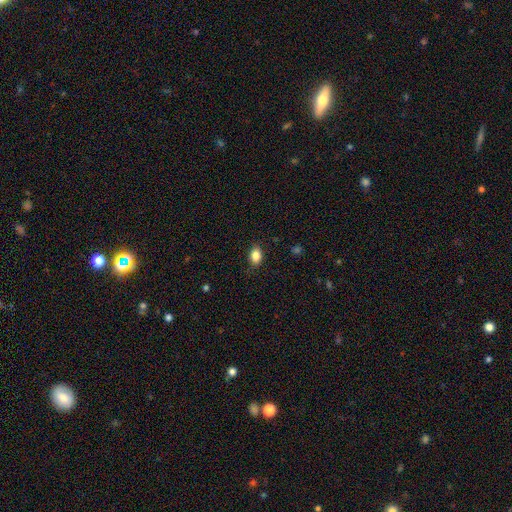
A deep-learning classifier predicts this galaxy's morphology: A smooth galaxy with no disk features (85%) that is in between round and cigar-shaped (81%). Merging: none (84%).